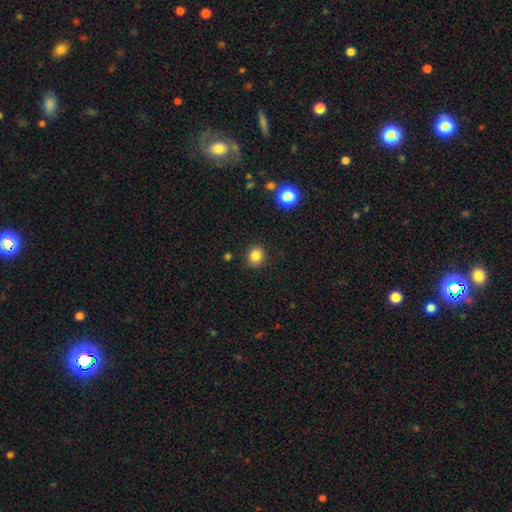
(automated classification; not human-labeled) Overall: smooth (84%). How rounded: round (80%). Merging: none (89%).